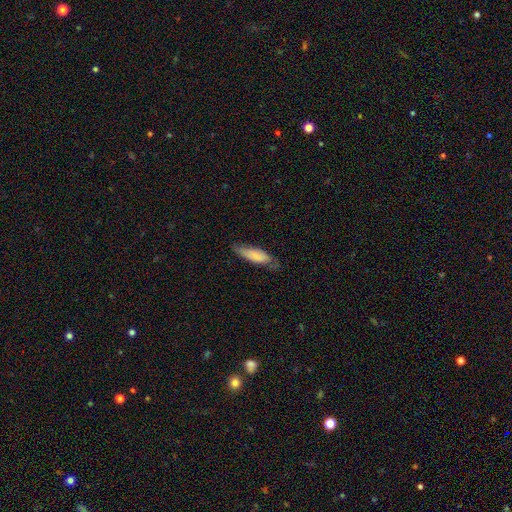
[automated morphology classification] Smooth or featured? Predicted: smooth (p=0.75). How rounded? Predicted: cigar-shaped (p=0.52). Merging? Predicted: none (p=0.64).